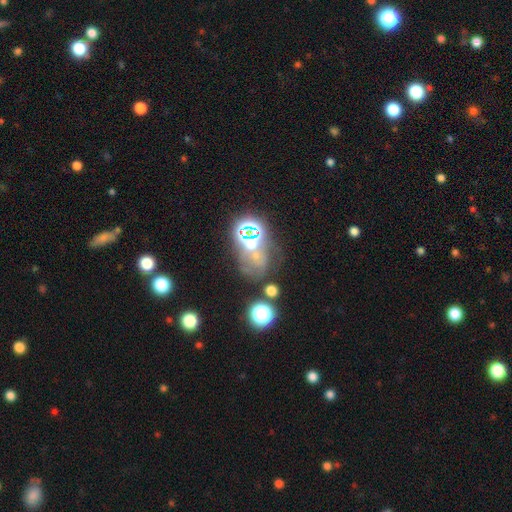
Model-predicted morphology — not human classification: Smooth or featured? Predicted: star or artifact (p=0.43).